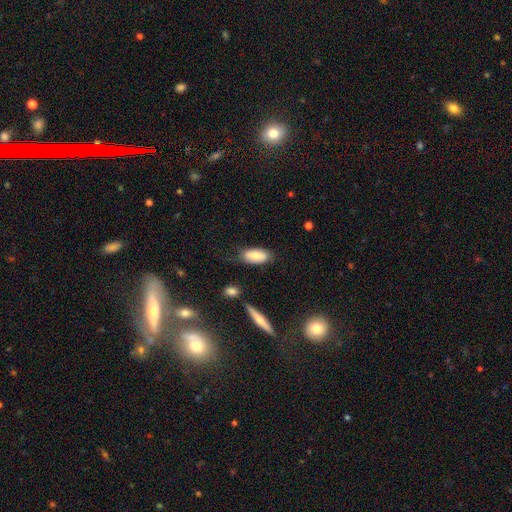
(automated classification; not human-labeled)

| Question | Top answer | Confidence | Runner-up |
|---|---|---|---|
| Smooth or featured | smooth | 79% | featured or disk (14%) |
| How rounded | in between | 87% | cigar-shaped (11%) |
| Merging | none | 72% | minor disturbance (19%) |